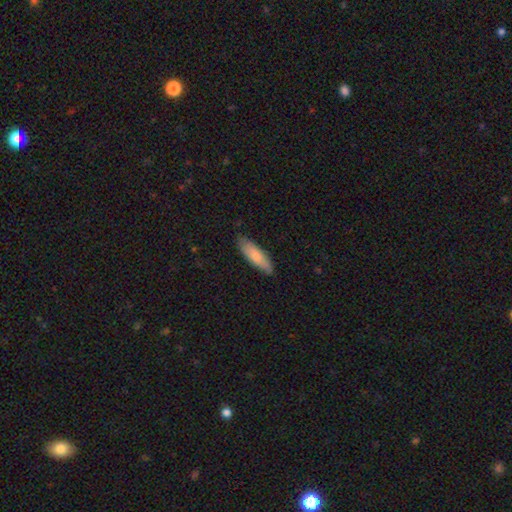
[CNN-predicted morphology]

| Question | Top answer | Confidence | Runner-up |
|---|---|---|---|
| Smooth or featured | smooth | 79% | featured or disk (16%) |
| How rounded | cigar-shaped | 53% | in between (45%) |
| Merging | none | 79% | minor disturbance (17%) |